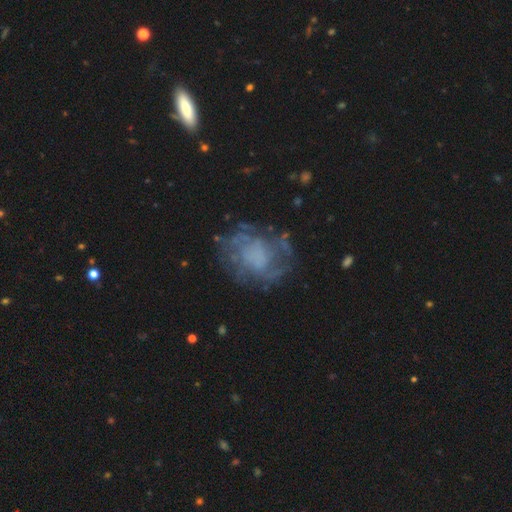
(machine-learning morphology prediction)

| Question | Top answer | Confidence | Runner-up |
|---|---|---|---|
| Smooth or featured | featured or disk | 69% | smooth (20%) |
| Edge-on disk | no | 98% | yes (2%) |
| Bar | no | 80% | weak (17%) |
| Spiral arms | yes | 67% | no (33%) |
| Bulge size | none | 60% | small (14%) |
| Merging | none | 63% | minor disturbance (19%) |